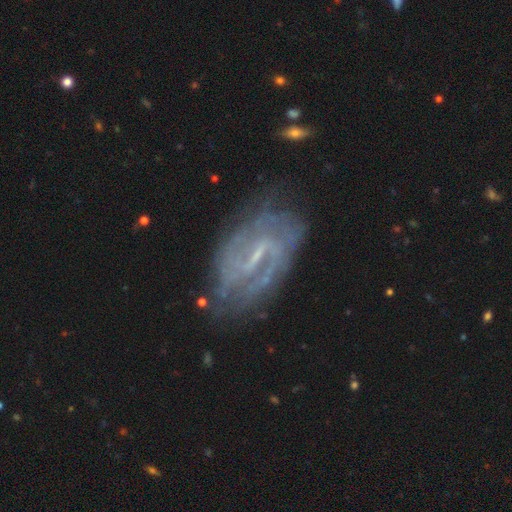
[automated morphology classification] A featured or disk galaxy (85%) with a weak bar (50%), 2 (62%) medium (42%) spiral arms (93%) and a small central bulge (57%).

Vote fractions:
- Smooth or featured? featured or disk: 85% / smooth: 8% / star or artifact: 7%
- Edge-on disk? no: 96% / yes: 4%
- Bar? weak: 50% / strong: 36% / no: 14%
- Spiral arms? yes: 93% / no: 7%
- Spiral winding? medium: 42% / tight: 38% / loose: 20%
- Spiral arm count? 2: 62% / can't tell: 20% / 3: 7% / 1: 4% / 4: 4% / more than 4: 3%
- Bulge size? small: 57% / none: 28% / moderate: 14% / large: 1% / dominant: 1%
- Merging? none: 73% / minor disturbance: 17% / major disturbance: 7% / merger: 3%